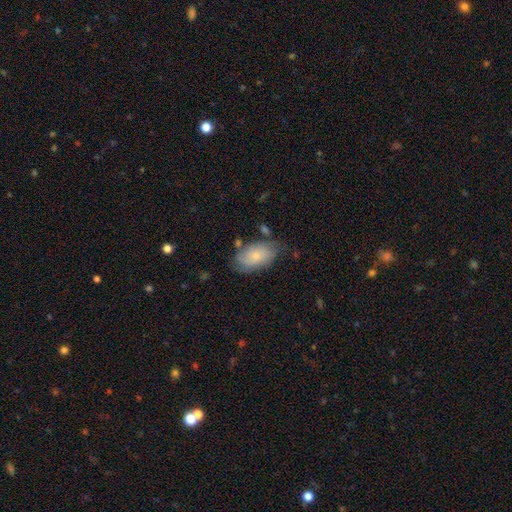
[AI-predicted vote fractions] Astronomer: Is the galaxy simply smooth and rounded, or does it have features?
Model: smooth — 72%.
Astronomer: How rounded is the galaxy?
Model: in between — 93%.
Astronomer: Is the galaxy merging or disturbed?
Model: none — 62%.